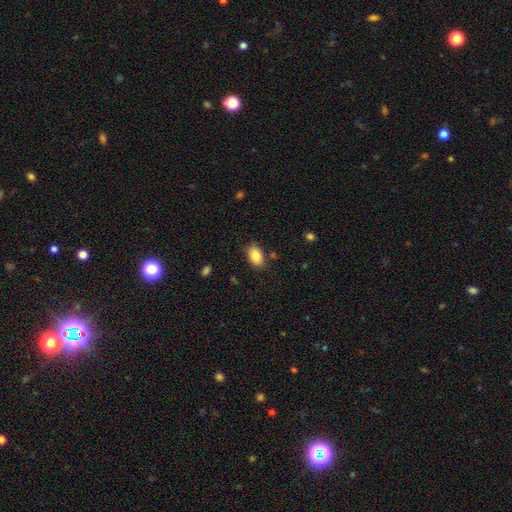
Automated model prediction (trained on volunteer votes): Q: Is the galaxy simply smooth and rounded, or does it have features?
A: smooth — 85%.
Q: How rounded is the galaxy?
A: in between — 89%.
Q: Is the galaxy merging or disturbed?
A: none — 81%.